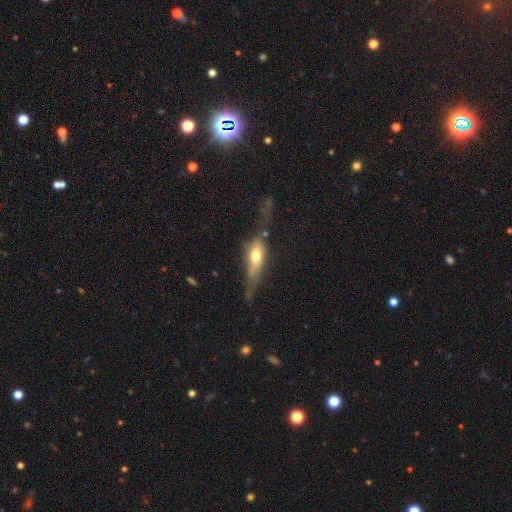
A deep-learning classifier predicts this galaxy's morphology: This is possibly a featured or disk galaxy (50%). Merging: marginally none (43%).